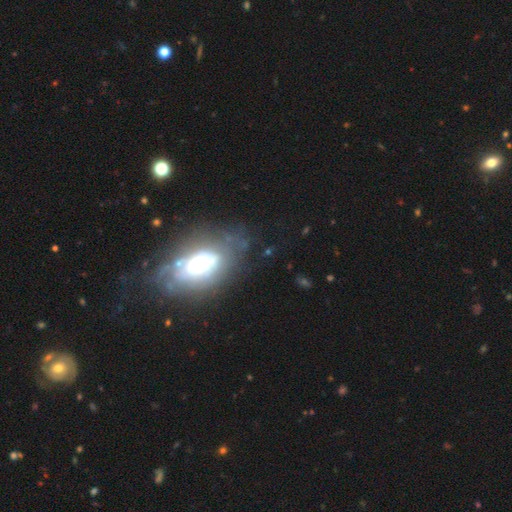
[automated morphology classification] Smooth or featured?
  - featured or disk: 52% *
  - smooth: 32%
  - star or artifact: 17%
Edge-on disk?
  - no: 82% *
  - yes: 18%
Merging?
  - none: 75% *
  - minor disturbance: 15%
  - major disturbance: 8%
  - merger: 2%